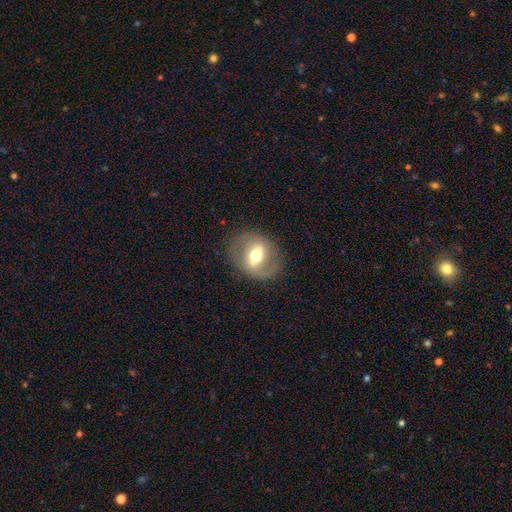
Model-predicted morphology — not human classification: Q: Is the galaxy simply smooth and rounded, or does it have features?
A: featured or disk — 63%.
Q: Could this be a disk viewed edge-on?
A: no — 85%.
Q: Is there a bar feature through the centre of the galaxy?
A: strong — 55%.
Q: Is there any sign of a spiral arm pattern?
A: no — 65%.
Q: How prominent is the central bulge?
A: moderate — 67%.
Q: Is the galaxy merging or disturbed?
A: none — 80%.